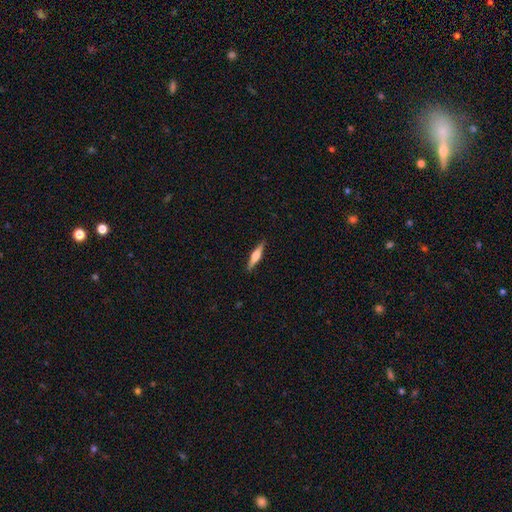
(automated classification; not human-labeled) Q: Smooth or featured?
A: featured or disk (57%); runner-up: smooth (38%)
Q: Edge-on disk?
A: yes (97%); runner-up: no (3%)
Q: Edge-on bulge?
A: rounded (85%); runner-up: boxy (10%)
Q: Merging?
A: none (90%); runner-up: minor disturbance (7%)